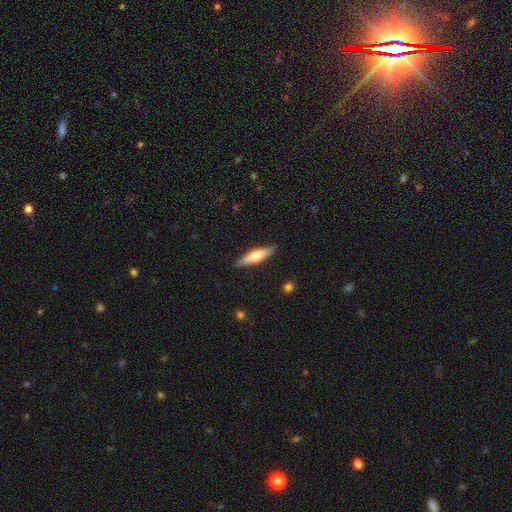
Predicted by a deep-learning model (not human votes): A smooth galaxy with no disk features (48%). Merging: none (89%).